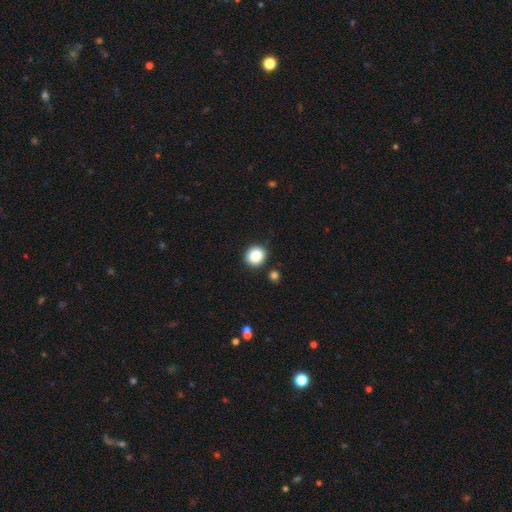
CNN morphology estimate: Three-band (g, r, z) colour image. It shows a smooth galaxy with no disk features (87%) that is round (84%). Merging: none (87%).